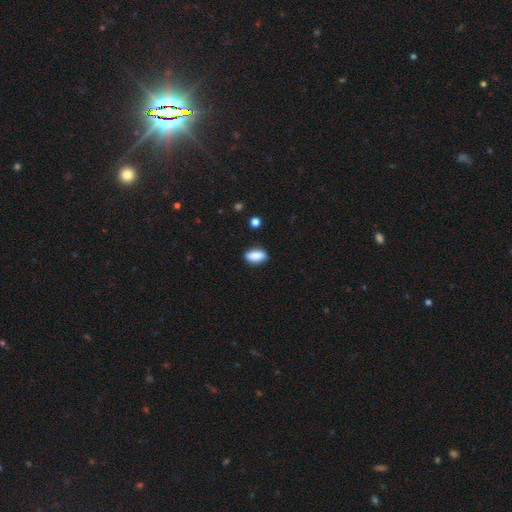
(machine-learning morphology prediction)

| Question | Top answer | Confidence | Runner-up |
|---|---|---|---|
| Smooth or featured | smooth | 87% | star or artifact (7%) |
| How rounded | in between | 86% | cigar-shaped (10%) |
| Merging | none | 85% | minor disturbance (11%) |